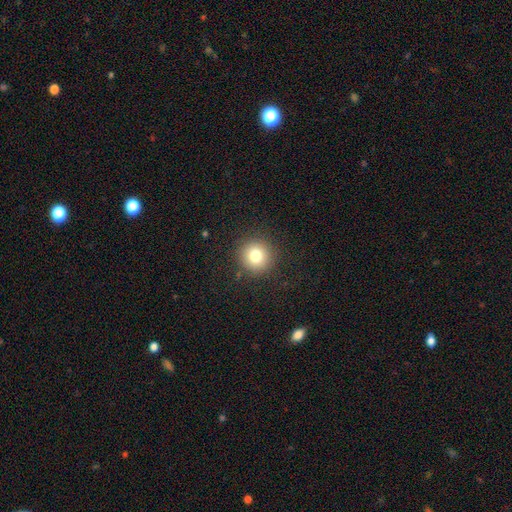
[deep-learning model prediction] smooth-or-featured: smooth: 79% | star or artifact: 12% | featured or disk: 9%
  how-rounded: round: 94% | in between: 5% | cigar-shaped: 1%
  merging: none: 90% | minor disturbance: 6% | major disturbance: 3% | merger: 1%